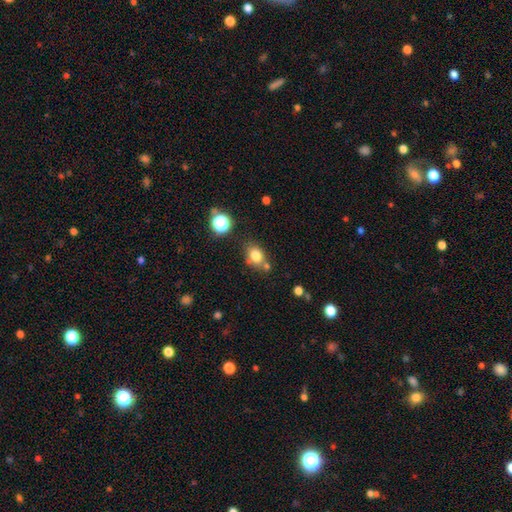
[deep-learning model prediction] This is likely a smooth galaxy (78%). How rounded: possibly in between (59%). Merging: likely none (66%).